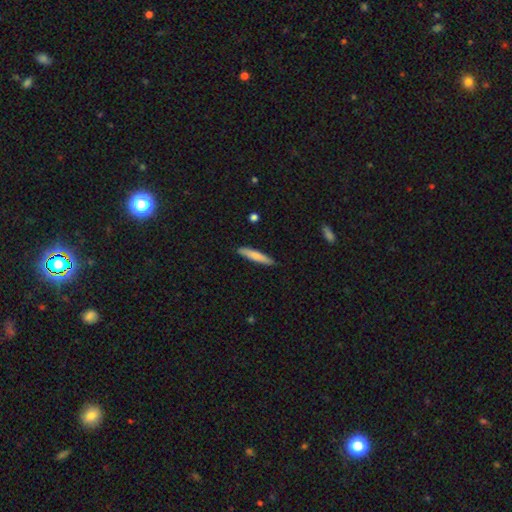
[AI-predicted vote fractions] Morphology: type=smooth (76%); roundness=cigar-shaped (90%); merging=none (88%).